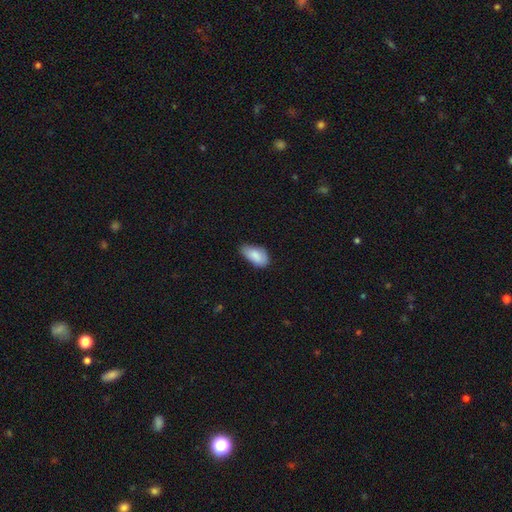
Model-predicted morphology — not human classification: The model was most divided on "merging": none: 54%, minor disturbance: 38%, major disturbance: 6%, merger: 2%. More confident: how rounded — in between (93%); smooth or featured — smooth (85%).